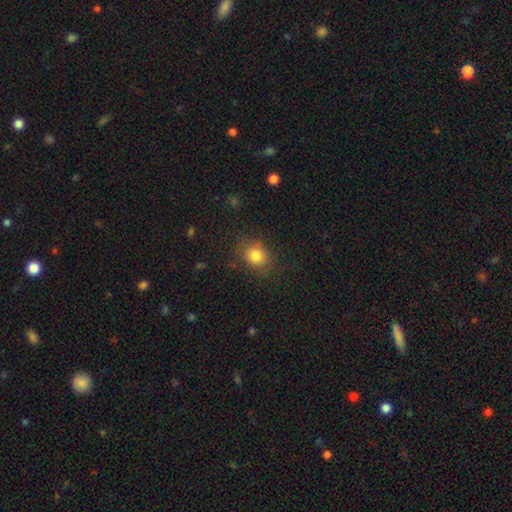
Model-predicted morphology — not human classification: smooth-or-featured: smooth: 82% | star or artifact: 11% | featured or disk: 7%
  how-rounded: round: 68% | in between: 31% | cigar-shaped: 1%
  merging: none: 79% | minor disturbance: 14% | major disturbance: 5% | merger: 2%